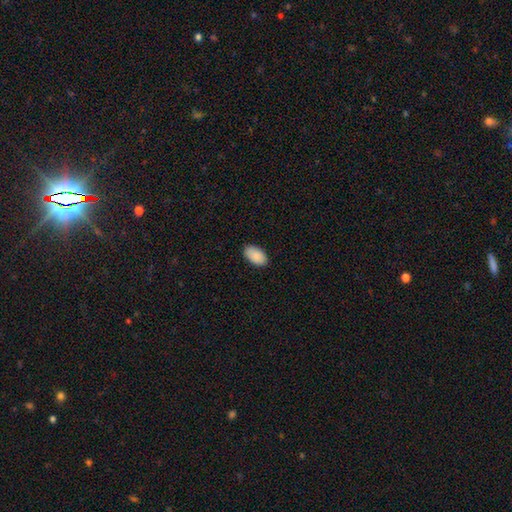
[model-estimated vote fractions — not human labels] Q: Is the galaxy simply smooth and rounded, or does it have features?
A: smooth — 90%.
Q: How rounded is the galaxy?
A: in between — 95%.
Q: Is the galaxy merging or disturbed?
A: none — 88%.